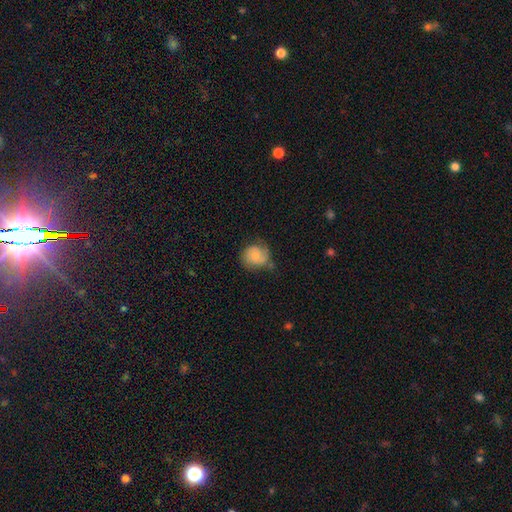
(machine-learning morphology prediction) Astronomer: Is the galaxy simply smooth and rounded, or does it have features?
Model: smooth — 60%.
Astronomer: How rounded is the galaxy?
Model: round — 79%.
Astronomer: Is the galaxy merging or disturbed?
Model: none — 54% (runner-up: minor disturbance, 31%).